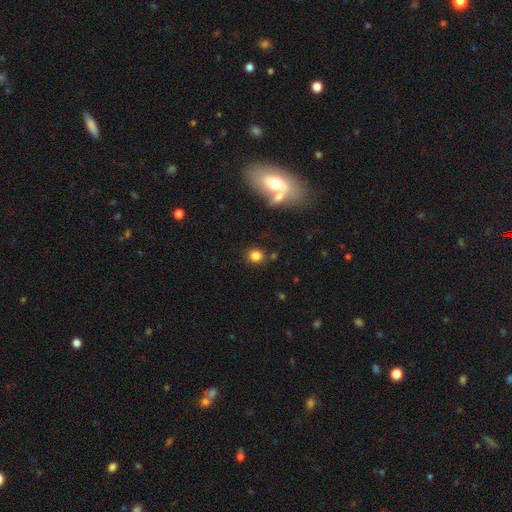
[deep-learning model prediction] smooth-or-featured: smooth: 81% | star or artifact: 12% | featured or disk: 7%
  how-rounded: round: 81% | in between: 18% | cigar-shaped: 1%
  merging: none: 81% | minor disturbance: 9% | merger: 6% | major disturbance: 3%